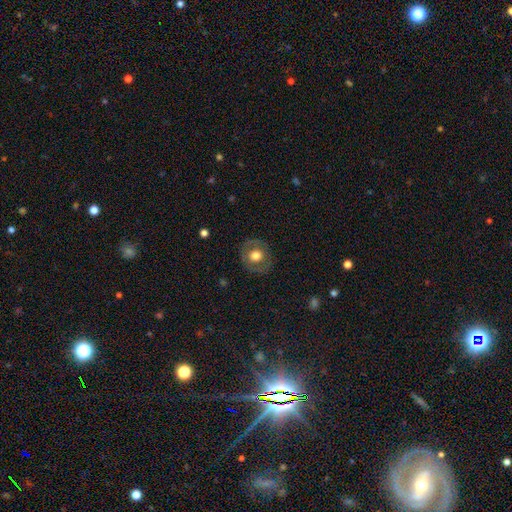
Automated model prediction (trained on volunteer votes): Smooth or featured? smooth (55%)
How rounded? round (82%)
Merging? none (83%)